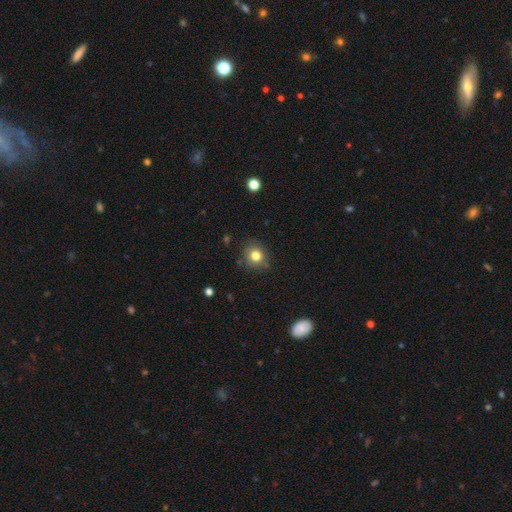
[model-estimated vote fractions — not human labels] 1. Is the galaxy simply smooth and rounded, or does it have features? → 79% smooth, 11% star or artifact, 9% featured or disk.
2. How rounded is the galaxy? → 81% round, 18% in between, 1% cigar-shaped.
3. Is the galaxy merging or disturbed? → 80% none, 15% minor disturbance, 3% major disturbance, 2% merger.